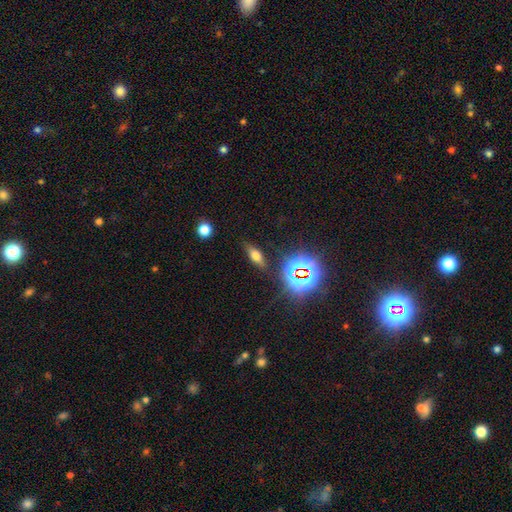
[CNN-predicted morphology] A smooth galaxy with no disk features (53%) that is in between round and cigar-shaped (59%). Merging: none (82%).